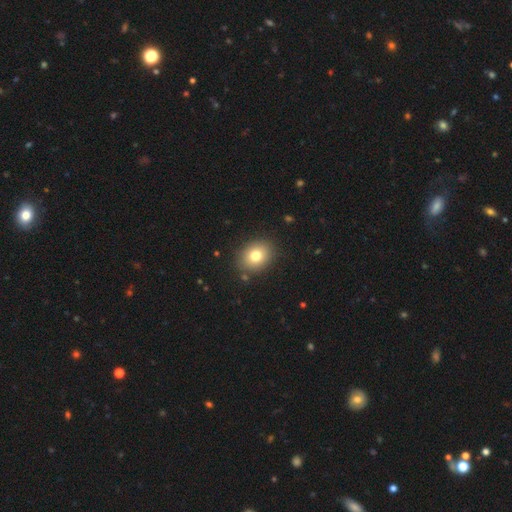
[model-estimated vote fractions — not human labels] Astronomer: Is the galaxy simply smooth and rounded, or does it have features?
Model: smooth — 78%.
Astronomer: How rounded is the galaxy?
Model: in between — 51% (runner-up: round, 48%).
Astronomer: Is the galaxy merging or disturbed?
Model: none — 88%.